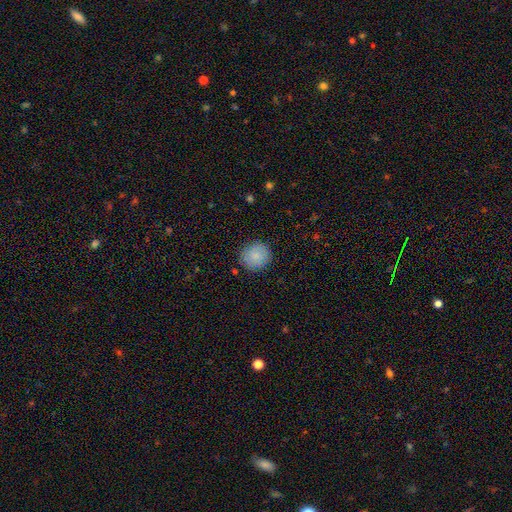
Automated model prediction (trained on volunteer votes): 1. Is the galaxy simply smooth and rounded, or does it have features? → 85% smooth, 8% featured or disk, 8% star or artifact.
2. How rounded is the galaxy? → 90% round, 9% in between, 1% cigar-shaped.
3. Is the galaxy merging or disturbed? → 87% none, 9% minor disturbance, 2% major disturbance, 1% merger.